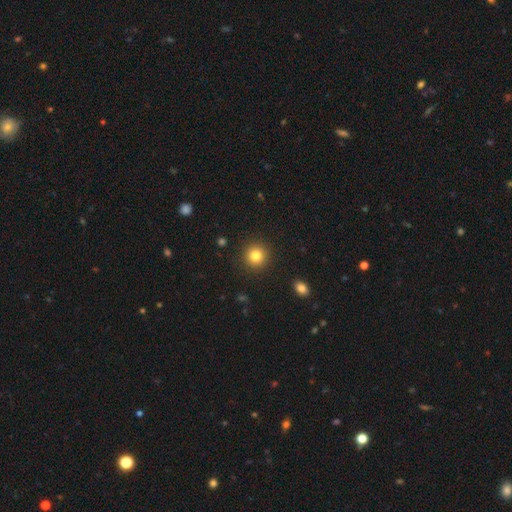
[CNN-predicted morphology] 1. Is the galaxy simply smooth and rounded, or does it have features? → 82% smooth, 11% star or artifact, 7% featured or disk.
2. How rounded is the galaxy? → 94% round, 5% in between, 1% cigar-shaped.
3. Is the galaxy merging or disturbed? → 91% none, 5% minor disturbance, 2% major disturbance, 1% merger.